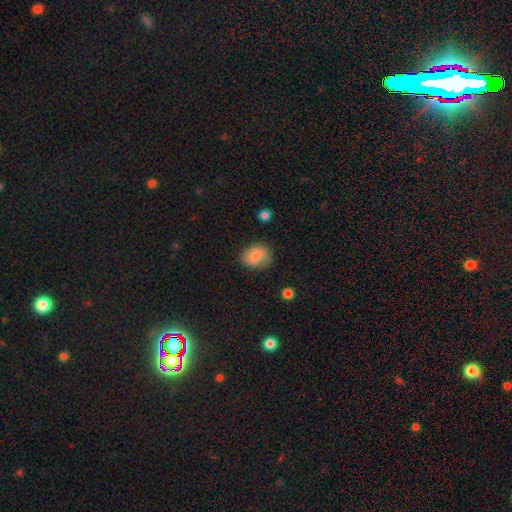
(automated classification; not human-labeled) smooth 76%, featured or disk 15%, star or artifact 8%. Down the decision tree: how rounded — round (52%); merging — none (66%).